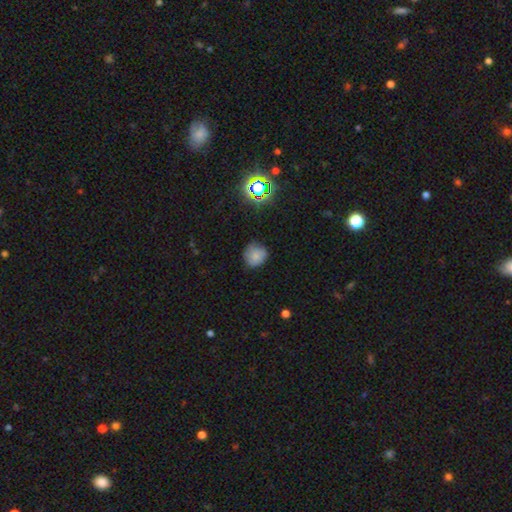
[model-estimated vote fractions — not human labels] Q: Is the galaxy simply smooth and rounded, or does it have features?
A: smooth — 72%.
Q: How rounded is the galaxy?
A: round — 87%.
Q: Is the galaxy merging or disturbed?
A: none — 73%.